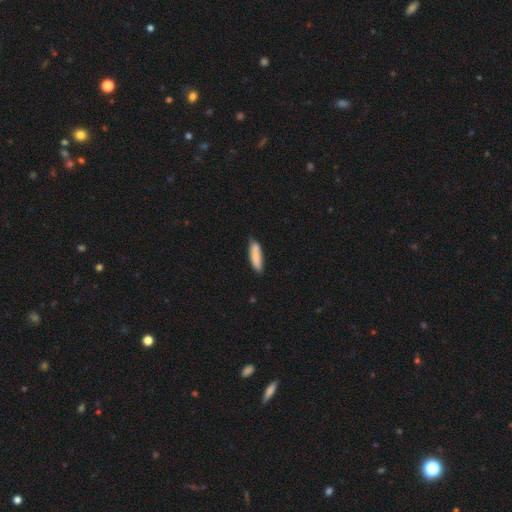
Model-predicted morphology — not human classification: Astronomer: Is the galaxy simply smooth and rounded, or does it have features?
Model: smooth — 85%.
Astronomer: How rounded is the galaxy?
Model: cigar-shaped — 60% (runner-up: in between, 38%).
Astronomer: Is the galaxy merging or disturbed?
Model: none — 76%.